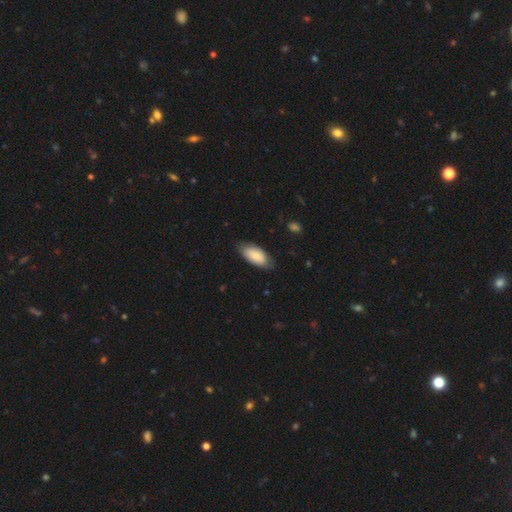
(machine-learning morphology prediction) Smooth or featured? smooth (82%)
How rounded? in between (92%)
Merging? none (75%)